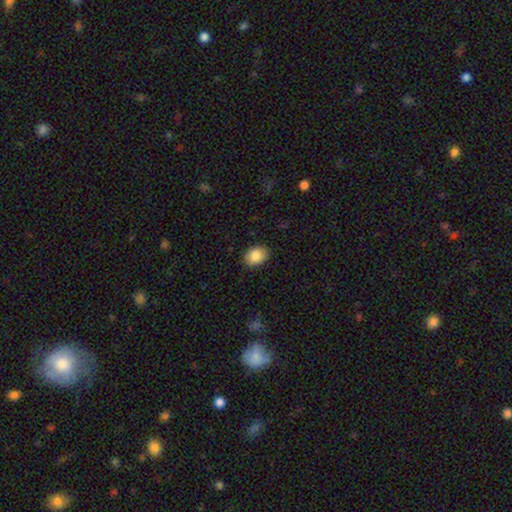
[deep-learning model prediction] Smooth or featured: smooth — 87% (star or artifact — 7%)
How rounded: in between — 75% (round — 24%)
Merging: none — 88% (minor disturbance — 9%)